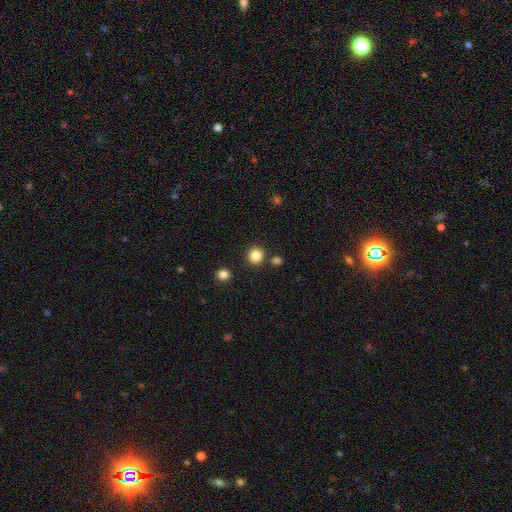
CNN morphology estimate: A smooth galaxy with no disk features (85%) that is round (91%). Merging: none (86%).